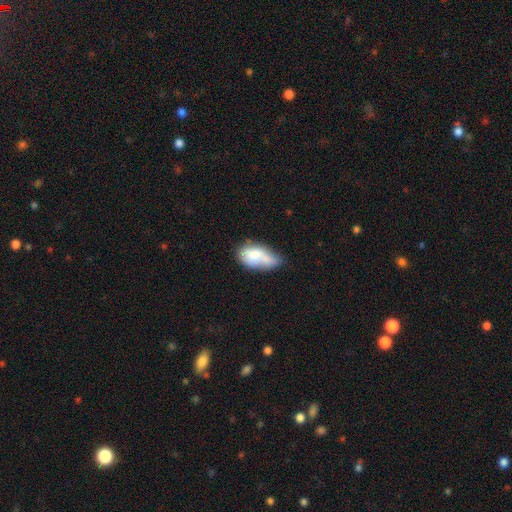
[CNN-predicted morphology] Smooth or featured: smooth — 70% (featured or disk — 22%)
How rounded: in between — 91% (round — 5%)
Merging: none — 31% (tied with minor disturbance — 31%)